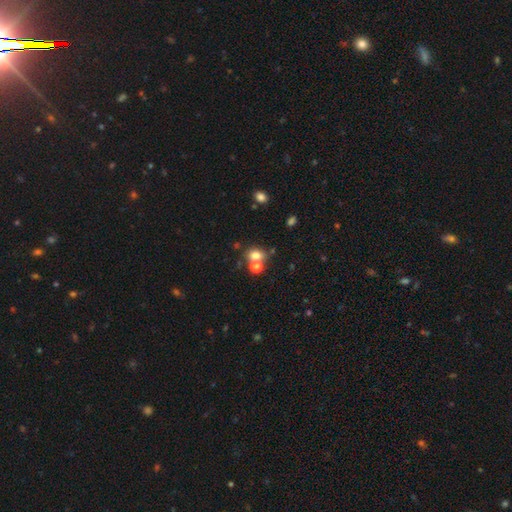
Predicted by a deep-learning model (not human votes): This is likely a smooth galaxy (73%). How rounded: possibly in between (54%). Merging: possibly none (47%).